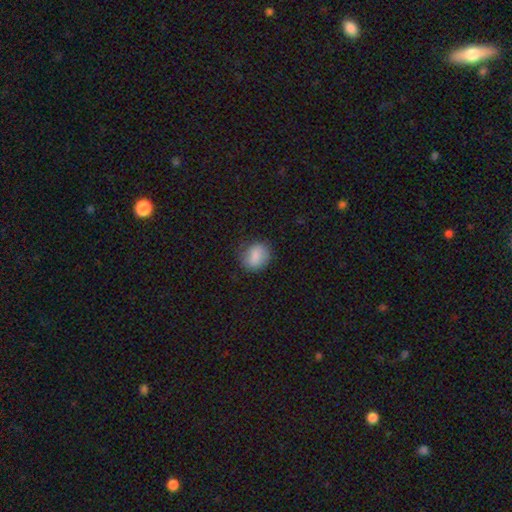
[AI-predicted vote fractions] smooth 83%, featured or disk 9%, star or artifact 8%. Down the decision tree: how rounded — round (61%); merging — none (75%).